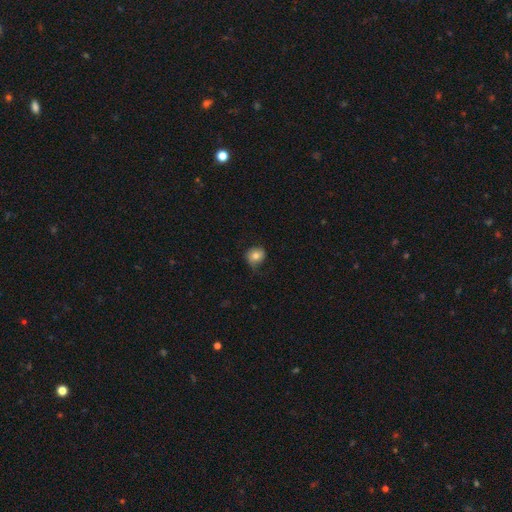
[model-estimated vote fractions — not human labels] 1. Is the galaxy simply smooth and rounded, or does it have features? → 76% smooth, 15% featured or disk, 9% star or artifact.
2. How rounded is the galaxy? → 70% round, 29% in between, 1% cigar-shaped.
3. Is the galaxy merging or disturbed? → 60% none, 29% minor disturbance, 11% major disturbance, 1% merger.